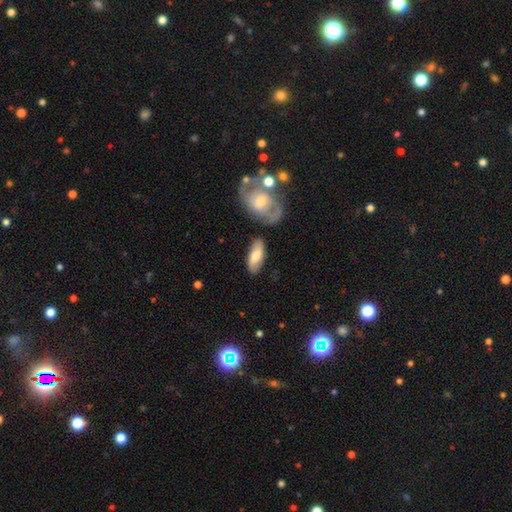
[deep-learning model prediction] The model was most divided on "smooth or featured": smooth: 65%, featured or disk: 29%, star or artifact: 6%. More confident: how rounded — in between (84%); merging — none (72%).